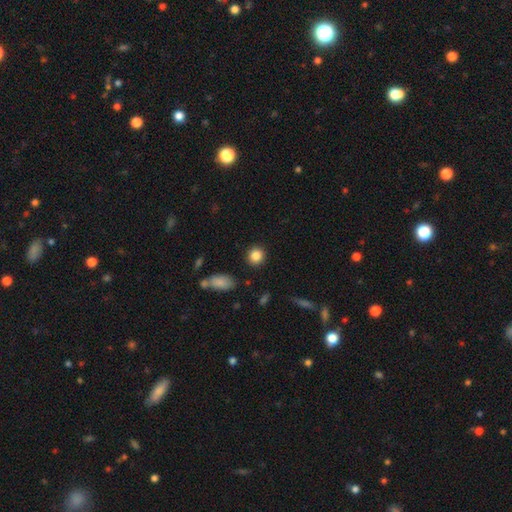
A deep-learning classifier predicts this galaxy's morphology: The model was most divided on "how rounded": round: 86%, in between: 13%, cigar-shaped: 1%. More confident: merging — none (89%); smooth or featured — smooth (86%).